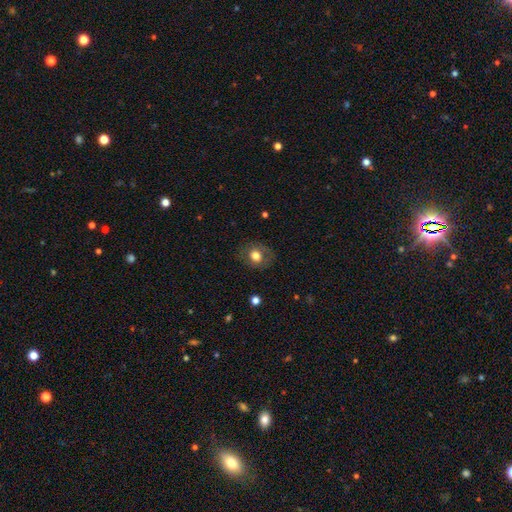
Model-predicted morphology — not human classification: Q: Smooth or featured?
A: smooth (70%); runner-up: featured or disk (21%)
Q: How rounded?
A: round (67%); runner-up: in between (32%)
Q: Merging?
A: none (81%); runner-up: minor disturbance (13%)